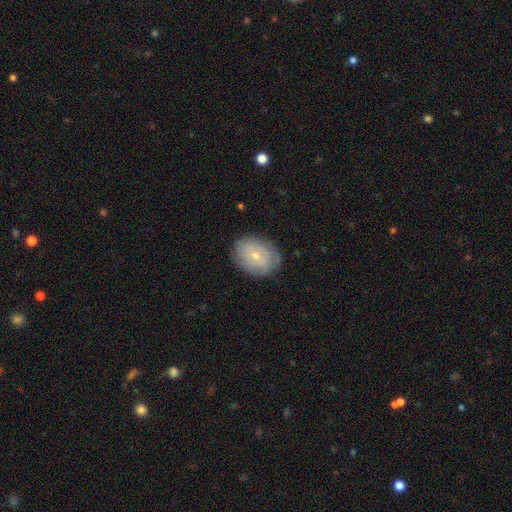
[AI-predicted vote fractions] A smooth galaxy with no disk features (52%) that is in between round and cigar-shaped (60%). Merging: none (79%).